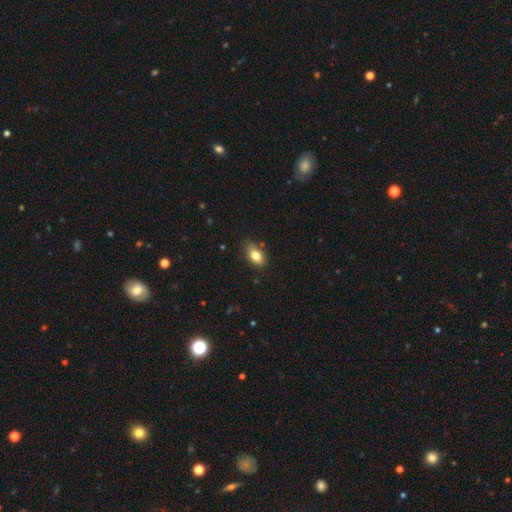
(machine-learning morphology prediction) Q: Smooth or featured?
A: smooth (81%); runner-up: featured or disk (10%)
Q: How rounded?
A: in between (89%); runner-up: round (9%)
Q: Merging?
A: none (78%); runner-up: minor disturbance (17%)